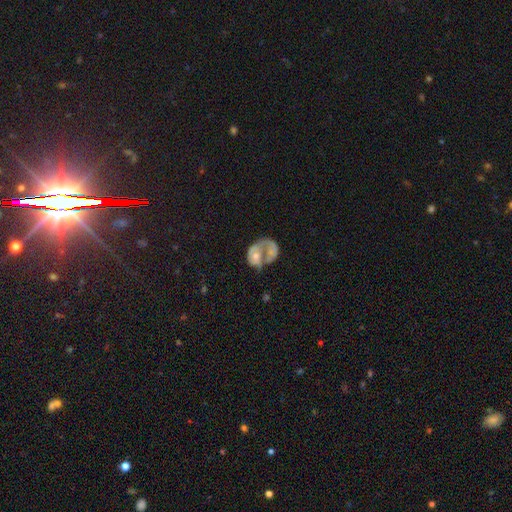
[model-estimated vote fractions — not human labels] This is possibly a featured or disk galaxy (53%). It is clearly not viewed edge-on (97%). Bar: clearly no (88%). Spiral arm pattern: likely no (65%). Central bulge: marginally moderate (38%). Merging: possibly merger (47%).